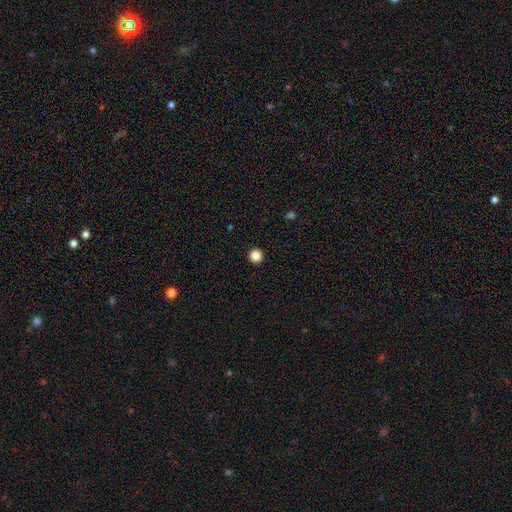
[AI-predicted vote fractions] smooth-or-featured: smooth: 86% | star or artifact: 11% | featured or disk: 3%
  how-rounded: round: 96% | in between: 3% | cigar-shaped: 1%
  merging: none: 94% | minor disturbance: 4% | major disturbance: 1% | merger: 1%